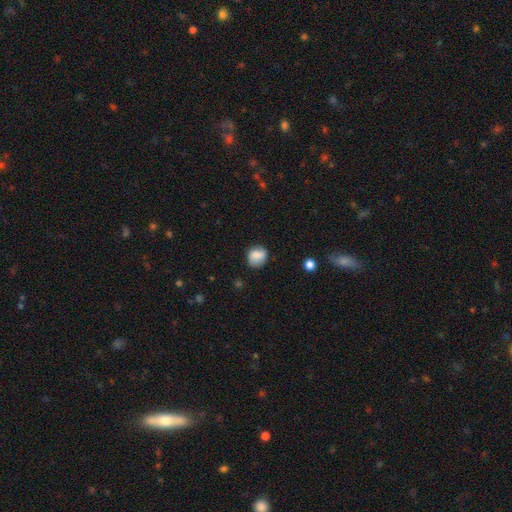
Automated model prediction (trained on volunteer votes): smooth 78%, featured or disk 13%, star or artifact 9%. Down the decision tree: how rounded — round (70%); merging — none (71%).